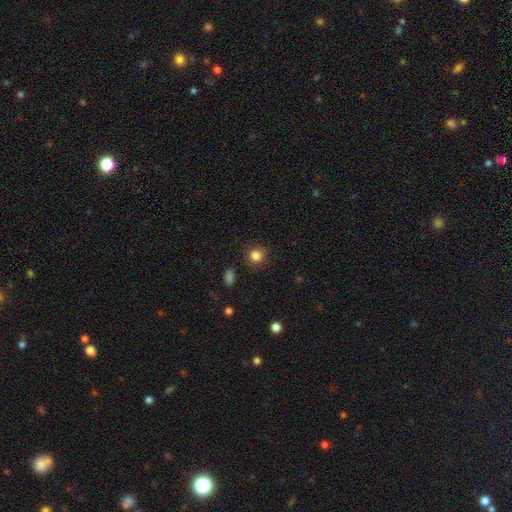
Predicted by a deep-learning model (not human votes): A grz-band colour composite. It shows a smooth galaxy with no disk features (85%) that is round (87%). Merging: none (85%).